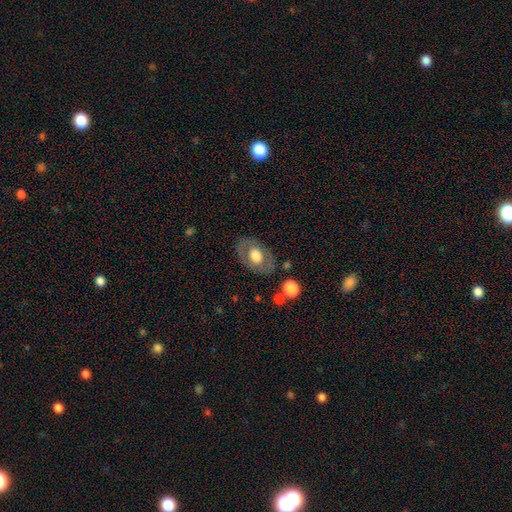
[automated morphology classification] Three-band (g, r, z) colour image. It shows a smooth galaxy with no disk features (53%) that is in between round and cigar-shaped (78%). Merging: none (78%).